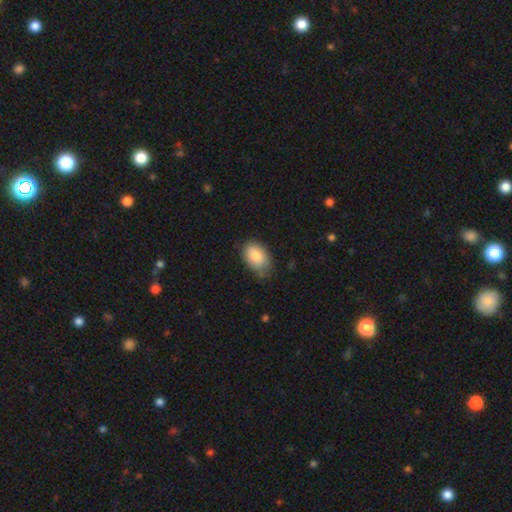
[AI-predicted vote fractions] Overall: smooth (85%). How rounded: in between (86%). Merging: none (68%).